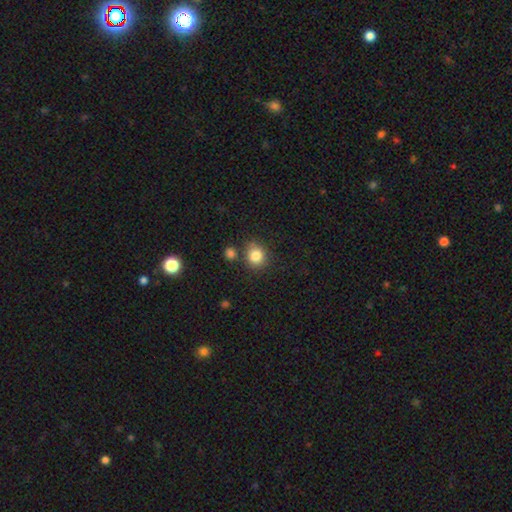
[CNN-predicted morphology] smooth 83%, star or artifact 11%, featured or disk 6%. Down the decision tree: how rounded — round (82%); merging — none (76%).